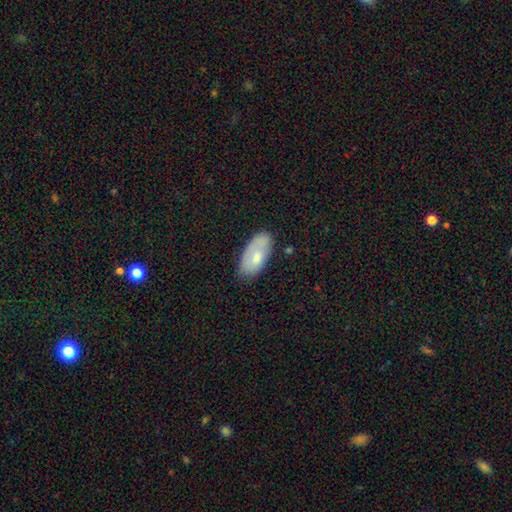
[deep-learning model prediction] This appears to be a smooth galaxy with no disk features (71%) that is in between round and cigar-shaped (93%). Merging: none (69%).